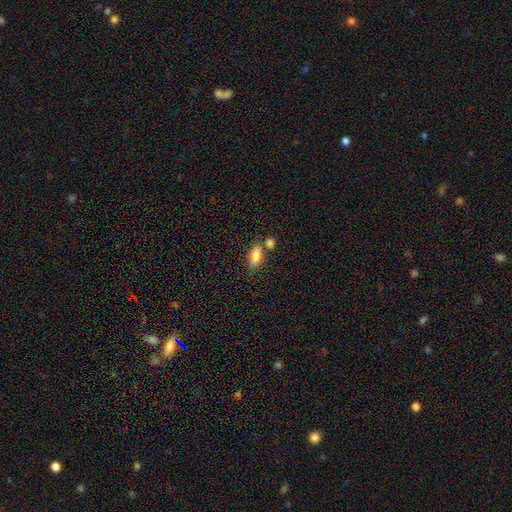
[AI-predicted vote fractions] This is clearly a smooth galaxy (84%). How rounded: clearly in between (82%). Merging: likely none (61%).